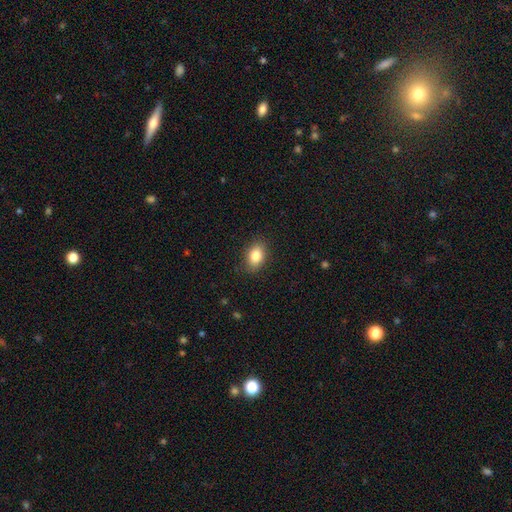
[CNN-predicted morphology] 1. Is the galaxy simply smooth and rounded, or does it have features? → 84% smooth, 8% star or artifact, 8% featured or disk.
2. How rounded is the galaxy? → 83% in between, 15% round, 2% cigar-shaped.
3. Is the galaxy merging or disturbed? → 87% none, 10% minor disturbance, 3% major disturbance, 1% merger.